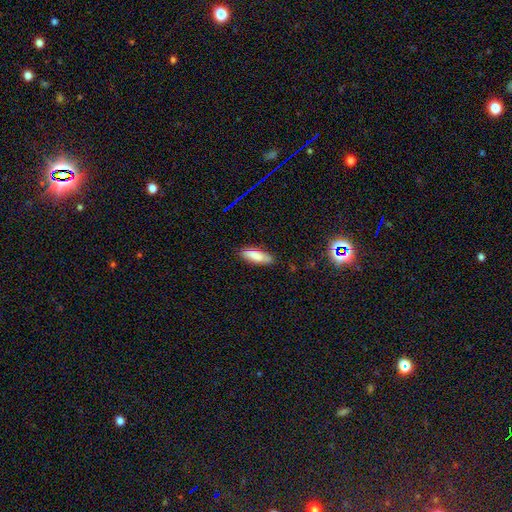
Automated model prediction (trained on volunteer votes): smooth-or-featured: smooth: 82% | featured or disk: 11% | star or artifact: 7%
  how-rounded: in between: 57% | cigar-shaped: 41% | round: 2%
  merging: none: 83% | minor disturbance: 14% | major disturbance: 2% | merger: 1%